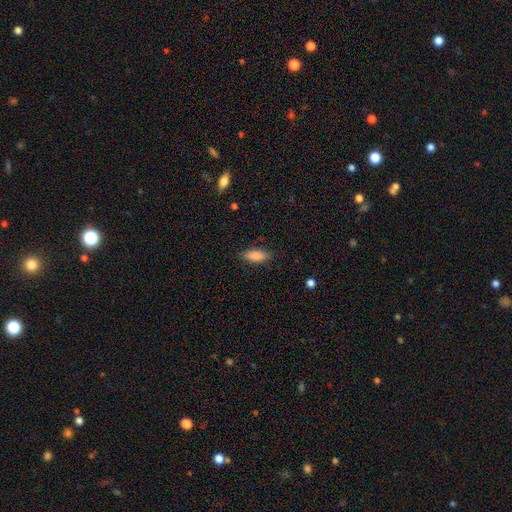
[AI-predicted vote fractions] Smooth or featured?
  - smooth: 86% *
  - featured or disk: 7%
  - star or artifact: 7%
How rounded?
  - in between: 77% *
  - cigar-shaped: 20%
  - round: 2%
Merging?
  - none: 85% *
  - minor disturbance: 11%
  - major disturbance: 3%
  - merger: 1%